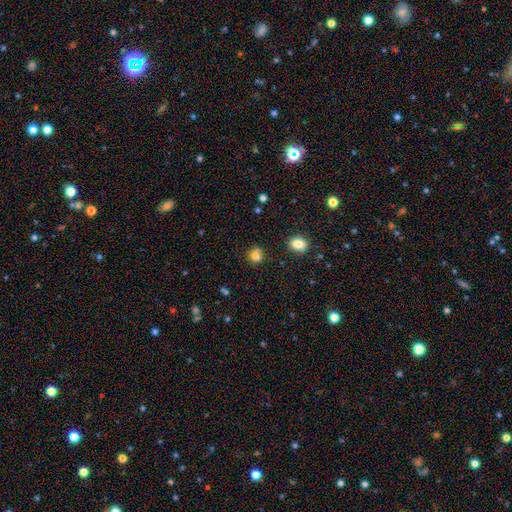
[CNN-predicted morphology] Smooth or featured?
  - smooth: 78% *
  - star or artifact: 14%
  - featured or disk: 8%
How rounded?
  - round: 72% *
  - in between: 27%
  - cigar-shaped: 1%
Merging?
  - none: 61% *
  - merger: 20%
  - minor disturbance: 14%
  - major disturbance: 5%